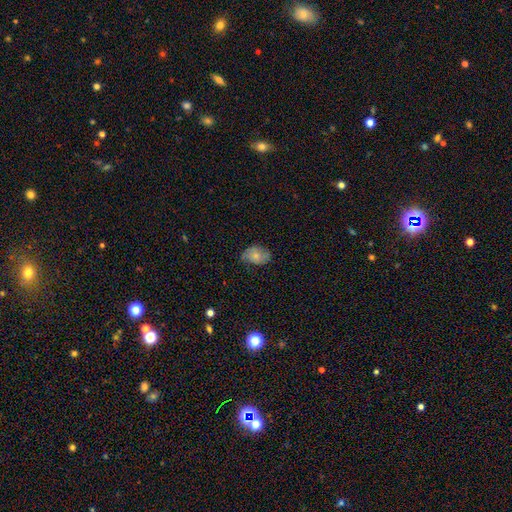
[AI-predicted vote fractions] smooth_or_featured: smooth (p=0.67) [alt: featured or disk p=0.24]
how_rounded: in between (p=0.80) [alt: round p=0.19]
merging: none (p=0.65) [alt: minor disturbance p=0.27]